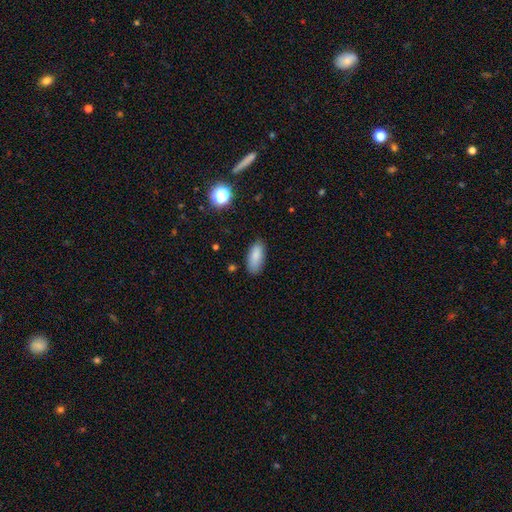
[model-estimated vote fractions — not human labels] A smooth galaxy with no disk features (85%) that is in between round and cigar-shaped (85%). Merging: none (81%).